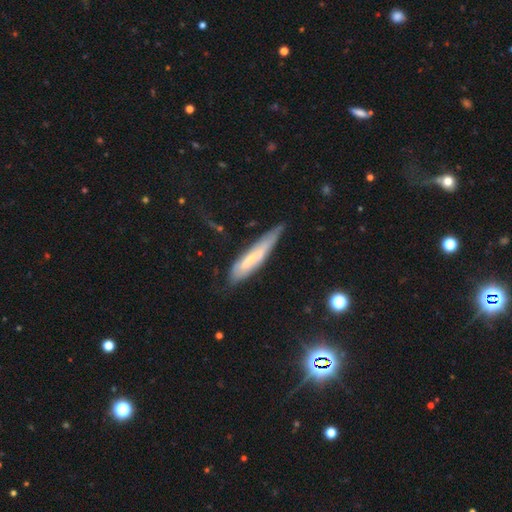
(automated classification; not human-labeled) This is possibly a smooth galaxy (49%). Merging: possibly none (57%).